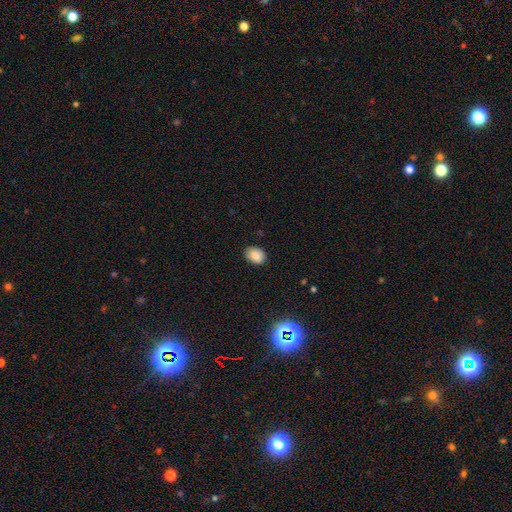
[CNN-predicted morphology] The model was most divided on "how rounded": in between: 70%, round: 29%, cigar-shaped: 1%. More confident: smooth or featured — smooth (85%); merging — none (83%).